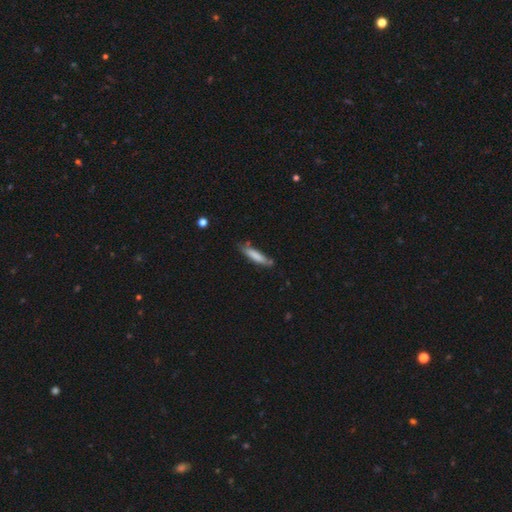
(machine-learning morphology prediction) This appears to be a smooth galaxy with no disk features (78%) that is cigar-shaped (79%). Merging: none (71%).